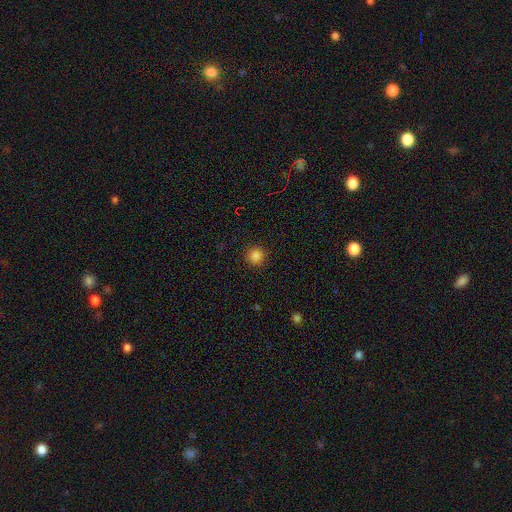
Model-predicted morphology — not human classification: smooth 85%, star or artifact 12%, featured or disk 3%. Down the decision tree: how rounded — round (95%); merging — none (92%).